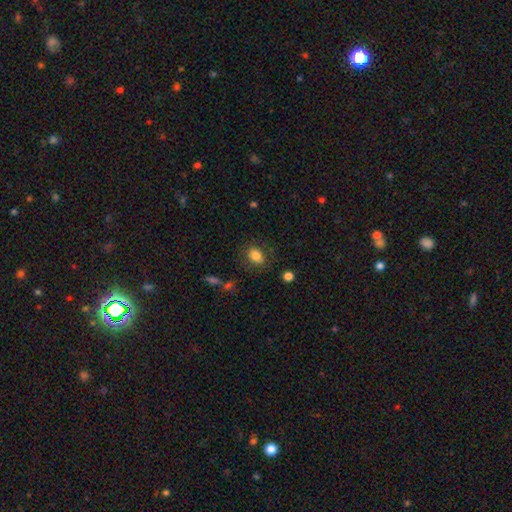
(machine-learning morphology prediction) This is likely a smooth galaxy (80%). How rounded: likely in between (66%). Merging: likely none (77%).